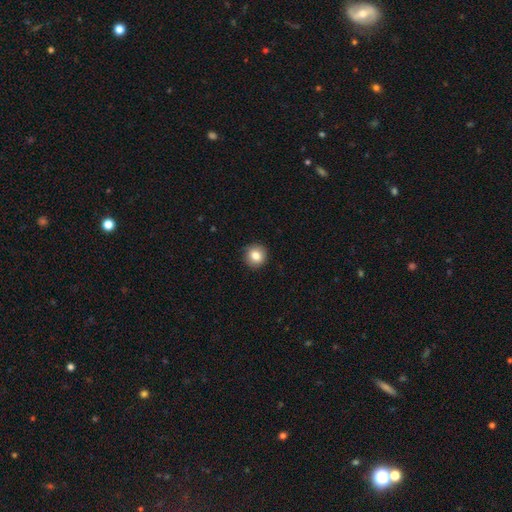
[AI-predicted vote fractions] Q: Smooth or featured?
A: smooth (83%); runner-up: star or artifact (9%)
Q: How rounded?
A: round (91%); runner-up: in between (8%)
Q: Merging?
A: none (89%); runner-up: minor disturbance (8%)